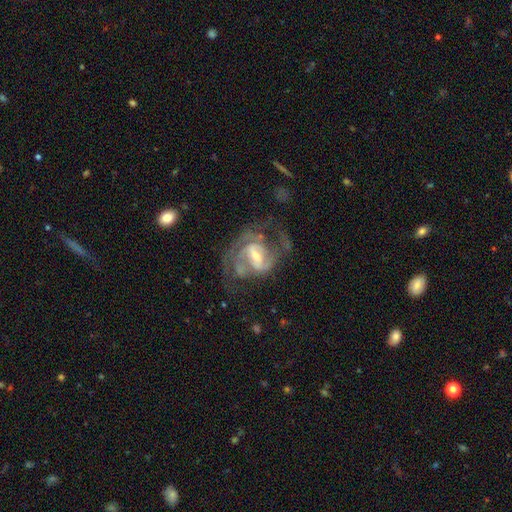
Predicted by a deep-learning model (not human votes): A featured or disk galaxy (88%) with a weak bar (46%), 2 (57%) medium (50%) spiral arms (93%) and a moderate central bulge (46%, tied with small). Merging: none (51%).